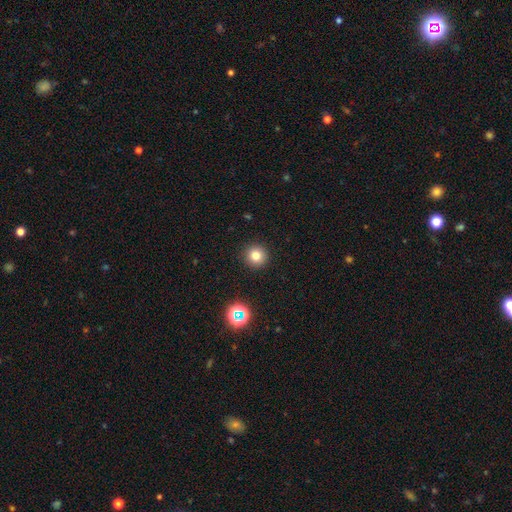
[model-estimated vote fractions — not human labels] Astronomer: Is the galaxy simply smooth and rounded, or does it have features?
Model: smooth — 79%.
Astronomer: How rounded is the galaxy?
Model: round — 95%.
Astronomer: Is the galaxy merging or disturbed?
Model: none — 92%.